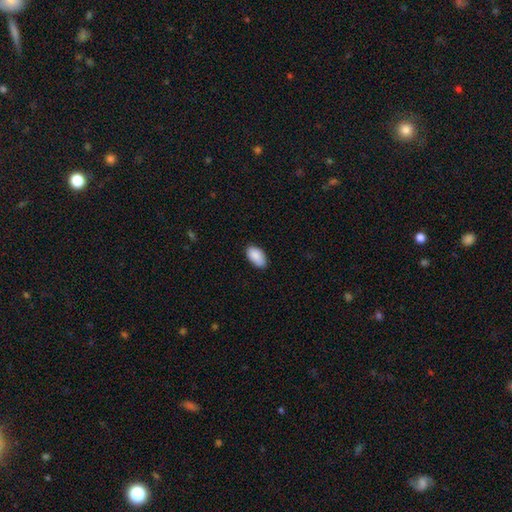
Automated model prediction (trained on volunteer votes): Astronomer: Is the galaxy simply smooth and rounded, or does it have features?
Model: smooth — 89%.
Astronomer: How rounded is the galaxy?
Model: in between — 95%.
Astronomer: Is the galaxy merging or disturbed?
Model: none — 78%.